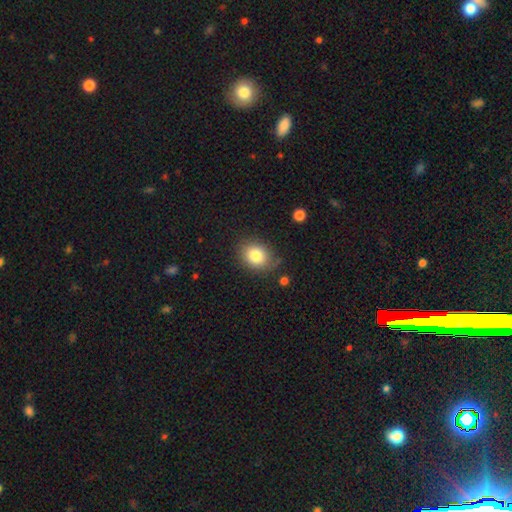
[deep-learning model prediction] Q: Smooth or featured?
A: smooth (82%); runner-up: star or artifact (10%)
Q: How rounded?
A: round (52%); runner-up: in between (48%)
Q: Merging?
A: none (79%); runner-up: minor disturbance (15%)